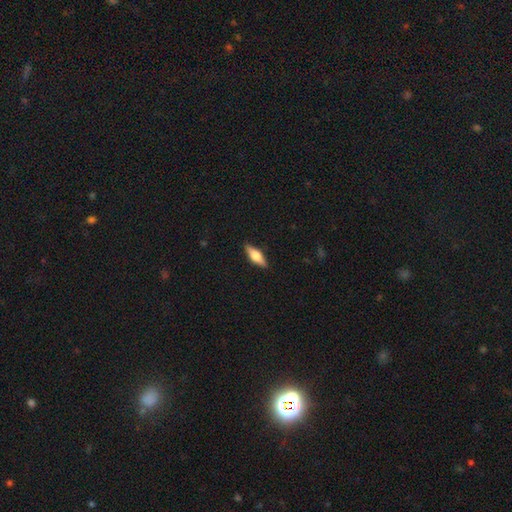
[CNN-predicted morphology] The model was most divided on "smooth or featured": smooth: 50%, featured or disk: 44%, star or artifact: 6%. More confident: merging — none (89%).